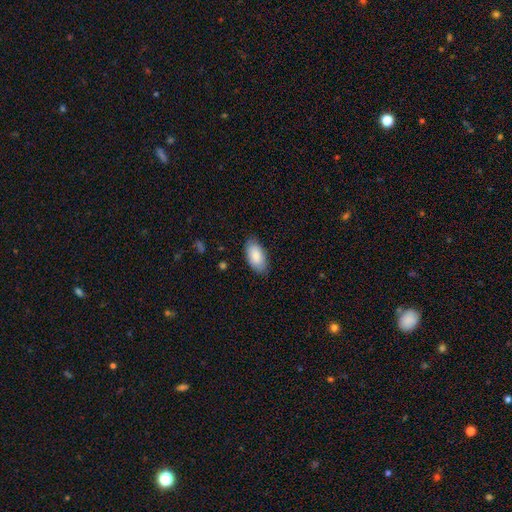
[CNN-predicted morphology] The model was most divided on "merging": none: 83%, minor disturbance: 14%, major disturbance: 3%, merger: 1%. More confident: how rounded — in between (95%); smooth or featured — smooth (86%).